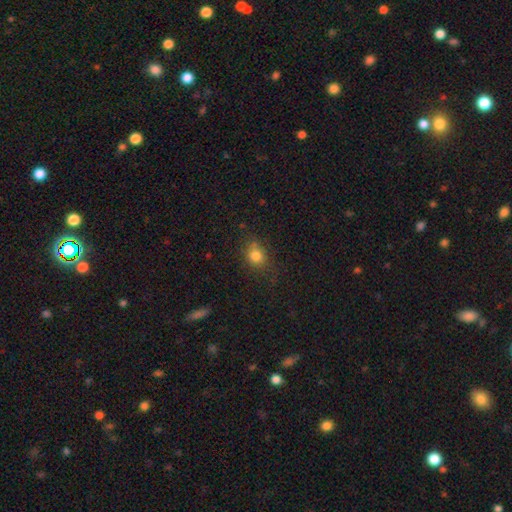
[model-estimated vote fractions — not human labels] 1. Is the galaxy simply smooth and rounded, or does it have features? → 80% smooth, 13% star or artifact, 7% featured or disk.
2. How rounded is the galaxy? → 59% round, 40% in between, 1% cigar-shaped.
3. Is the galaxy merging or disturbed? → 71% none, 20% minor disturbance, 7% major disturbance, 3% merger.